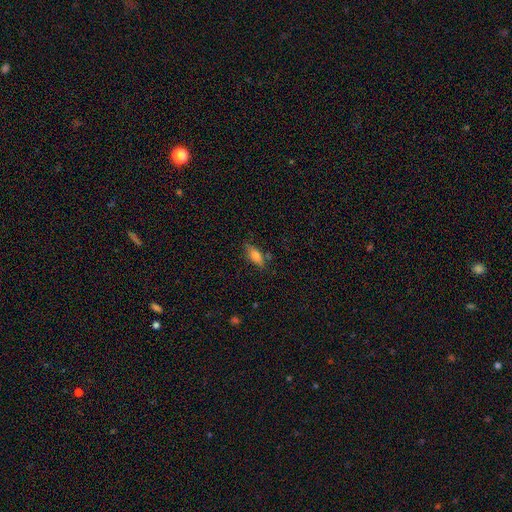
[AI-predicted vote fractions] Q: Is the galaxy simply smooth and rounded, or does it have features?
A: smooth — 75%.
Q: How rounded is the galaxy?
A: in between — 73%.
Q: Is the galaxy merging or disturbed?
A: none — 76%.